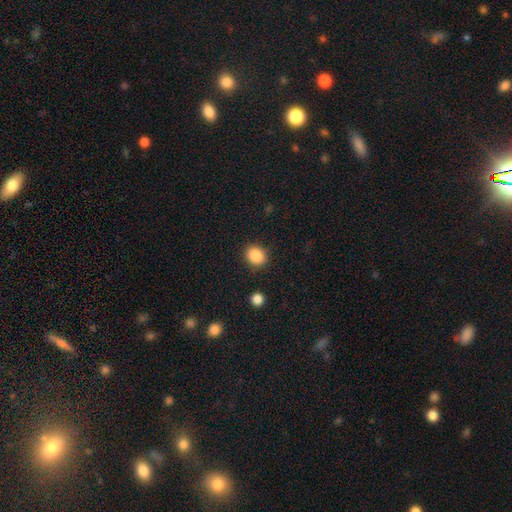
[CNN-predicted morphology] type=smooth (87%); roundness=round (62%); merging=none (88%).